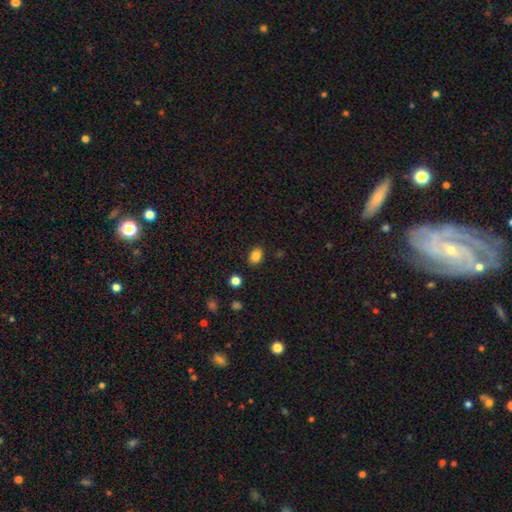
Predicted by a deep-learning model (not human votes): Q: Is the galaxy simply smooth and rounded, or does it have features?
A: smooth — 84%.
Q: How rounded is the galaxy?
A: in between — 71%.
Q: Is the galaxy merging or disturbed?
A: none — 86%.